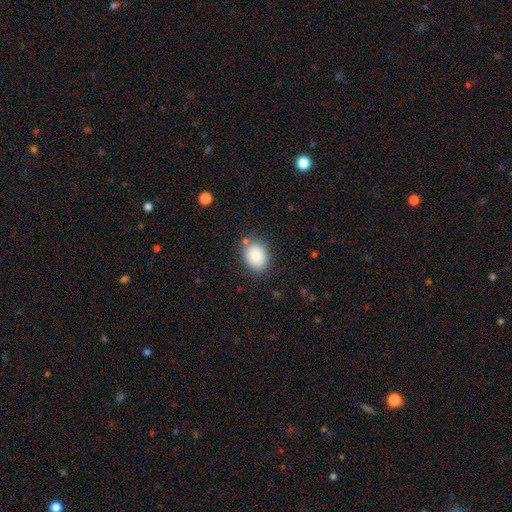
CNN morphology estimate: smooth_or_featured: smooth (p=0.80) [alt: featured or disk p=0.11]
how_rounded: round (p=0.51) [alt: in between p=0.48]
merging: none (p=0.78) [alt: minor disturbance p=0.14]